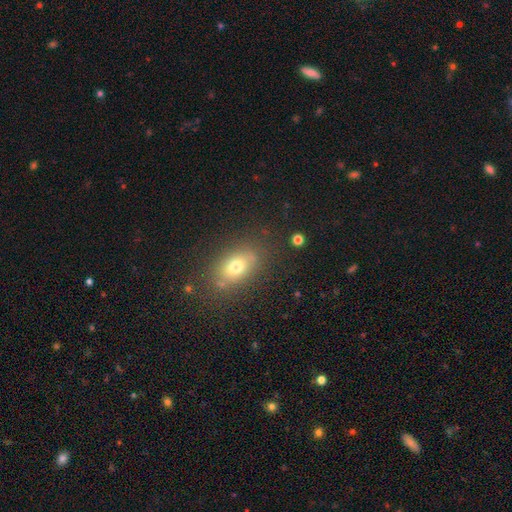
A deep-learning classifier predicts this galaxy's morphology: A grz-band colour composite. It shows a smooth galaxy with no disk features (68%) that is in between round and cigar-shaped (81%). Merging: none (87%).